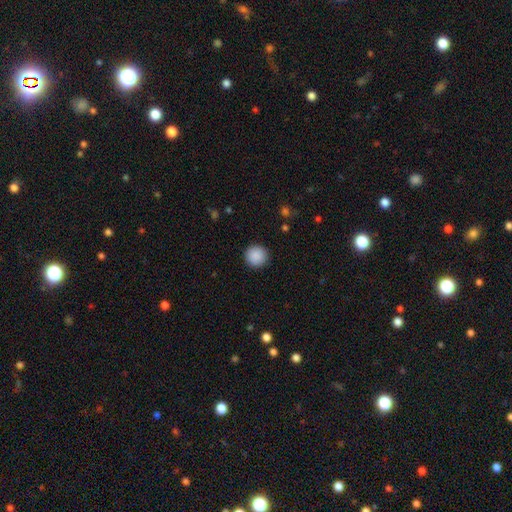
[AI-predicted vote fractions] smooth_or_featured: smooth (p=0.89) [alt: star or artifact p=0.08]
how_rounded: round (p=0.95) [alt: in between p=0.04]
merging: none (p=0.92) [alt: minor disturbance p=0.05]